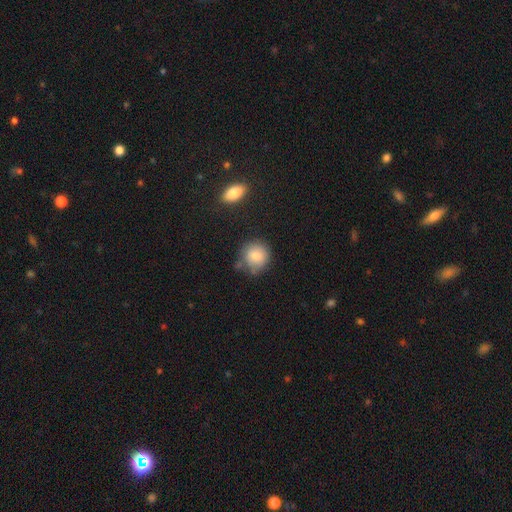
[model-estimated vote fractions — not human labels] This is clearly a smooth galaxy (81%). How rounded: clearly round (88%). Merging: likely none (67%).